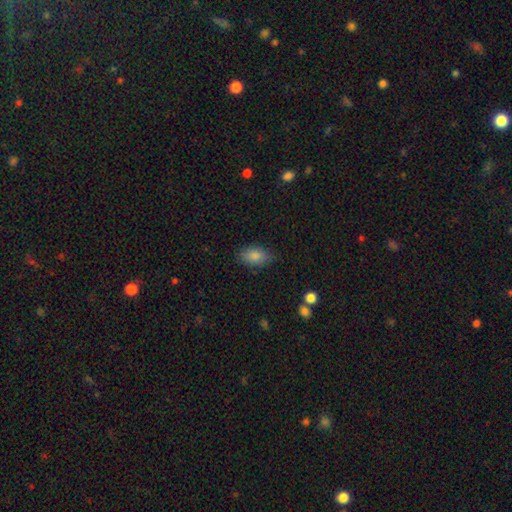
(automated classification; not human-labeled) Q: Smooth or featured?
A: smooth (85%); runner-up: star or artifact (8%)
Q: How rounded?
A: in between (90%); runner-up: round (7%)
Q: Merging?
A: none (78%); runner-up: minor disturbance (17%)